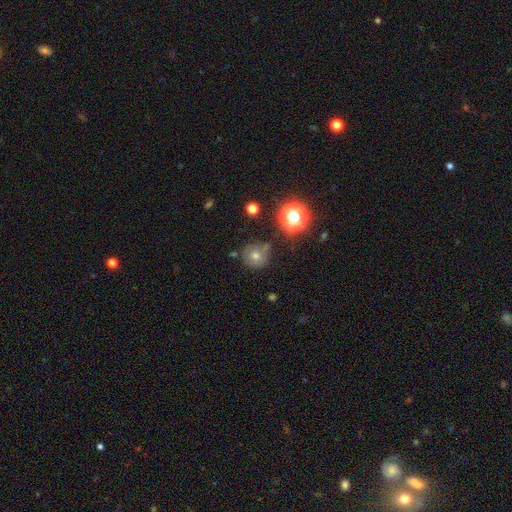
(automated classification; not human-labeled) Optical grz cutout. It shows a smooth galaxy with no disk features (58%) that is round (93%). Merging: none (76%).